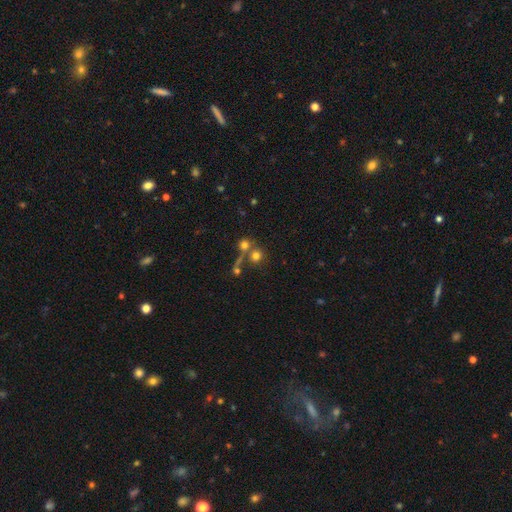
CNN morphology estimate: This is likely a smooth galaxy (70%). How rounded: clearly round (88%). Merging: possibly none (52%).